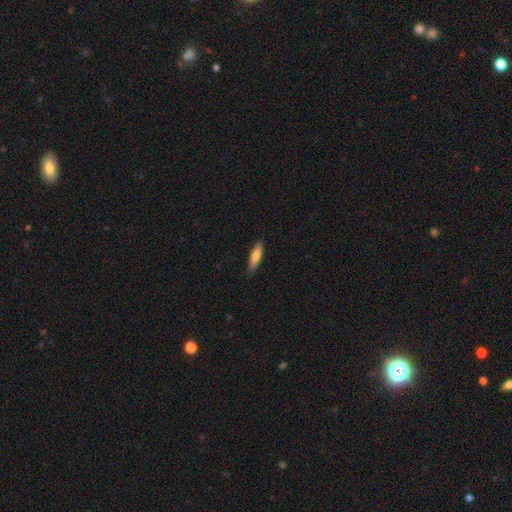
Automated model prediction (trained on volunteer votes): smooth-or-featured: smooth: 71% | featured or disk: 23% | star or artifact: 6%
  how-rounded: cigar-shaped: 74% | in between: 25% | round: 2%
  merging: none: 86% | minor disturbance: 11% | major disturbance: 2% | merger: 1%